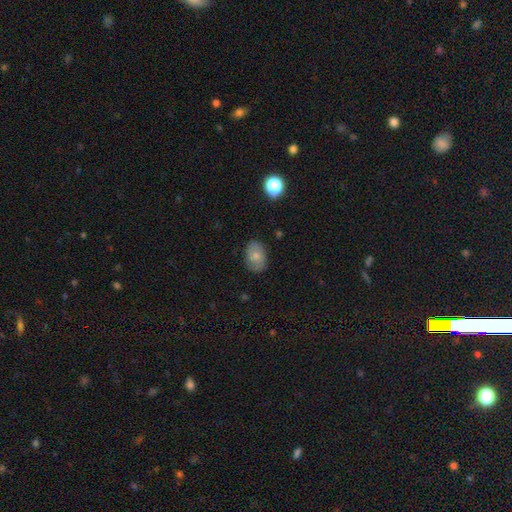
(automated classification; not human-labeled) smooth 73%, featured or disk 18%, star or artifact 9%. Down the decision tree: how rounded — in between (81%); merging — none (79%).